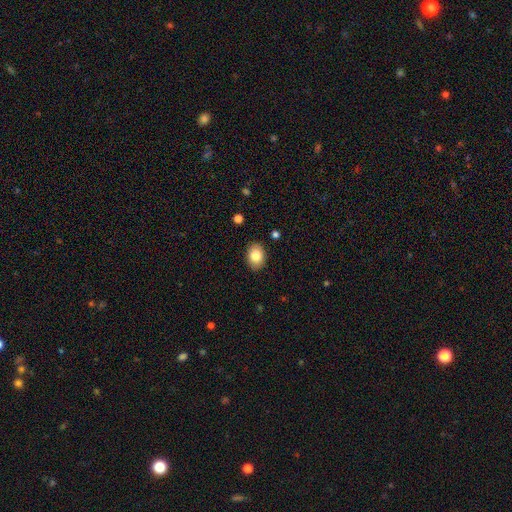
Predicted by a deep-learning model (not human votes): This is clearly a smooth galaxy (82%). How rounded: likely in between (76%). Merging: clearly none (88%).